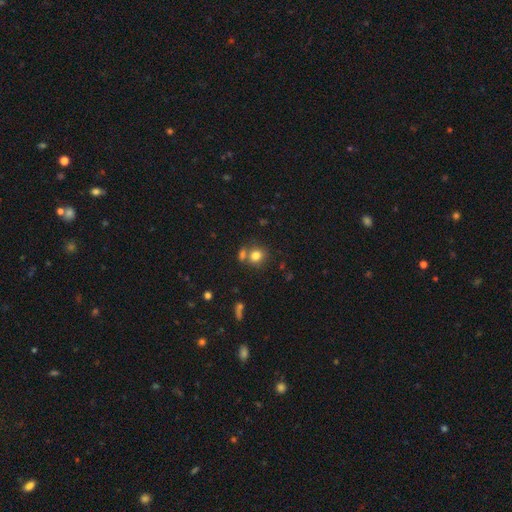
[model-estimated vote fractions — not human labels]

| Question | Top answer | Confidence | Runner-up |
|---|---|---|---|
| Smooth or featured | smooth | 80% | star or artifact (12%) |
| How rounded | round | 76% | in between (23%) |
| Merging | none | 61% | merger (25%) |